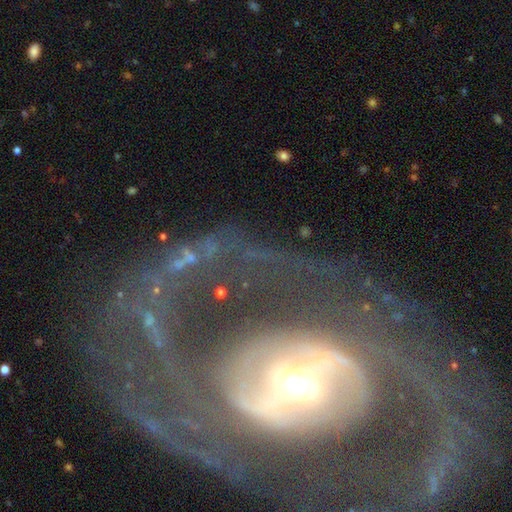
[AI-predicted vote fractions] Overall: featured or disk (83%). Edge-on disk: no (94%). Bar: strong (43%; weak 33%). Spiral arms: yes (77%). Spiral arm count: 2 (56%; can't tell 21%). Spiral winding: medium (38%; tight 34%). Bulge size: moderate (57%; large 19%). Merging: none (58%; major disturbance 26%).